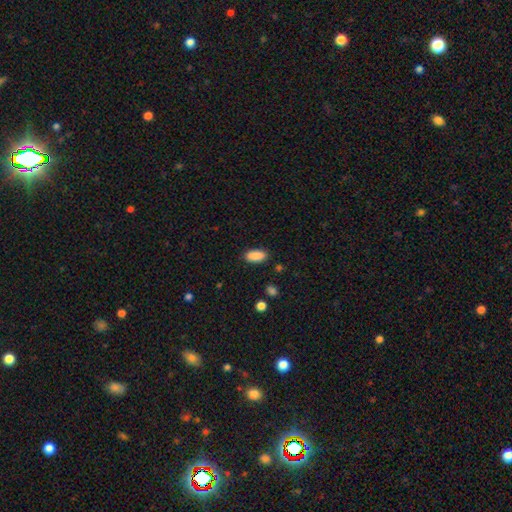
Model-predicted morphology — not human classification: Smooth or featured?
  - smooth: 89% *
  - star or artifact: 7%
  - featured or disk: 3%
How rounded?
  - in between: 85% *
  - cigar-shaped: 13%
  - round: 2%
Merging?
  - none: 87% *
  - minor disturbance: 9%
  - major disturbance: 2%
  - merger: 1%